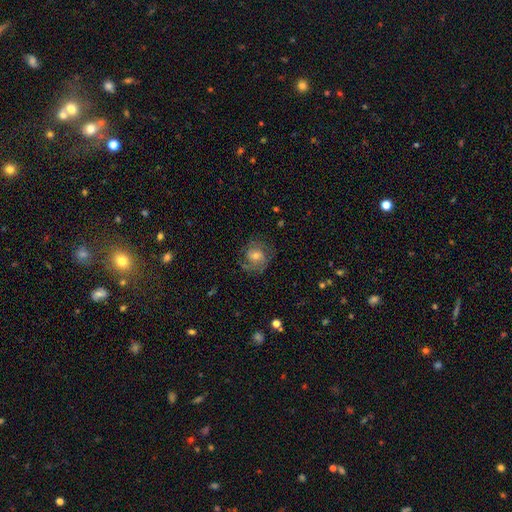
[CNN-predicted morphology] A featured or disk galaxy (70%) with no bar (63%), 2 (45%) tight (45%) spiral arms (92%) and a moderate central bulge (57%).

Vote fractions:
- Smooth or featured? featured or disk: 70% / smooth: 20% / star or artifact: 10%
- Edge-on disk? no: 97% / yes: 3%
- Bar? no: 63% / weak: 31% / strong: 6%
- Spiral arms? yes: 92% / no: 8%
- Spiral winding? tight: 45% / medium: 41% / loose: 14%
- Spiral arm count? 2: 45% / can't tell: 24% / 3: 17% / 1: 6% / 4: 4% / more than 4: 4%
- Bulge size? moderate: 57% / small: 37% / large: 4% / none: 2% / dominant: 1%
- Merging? none: 74% / minor disturbance: 16% / major disturbance: 9% / merger: 1%